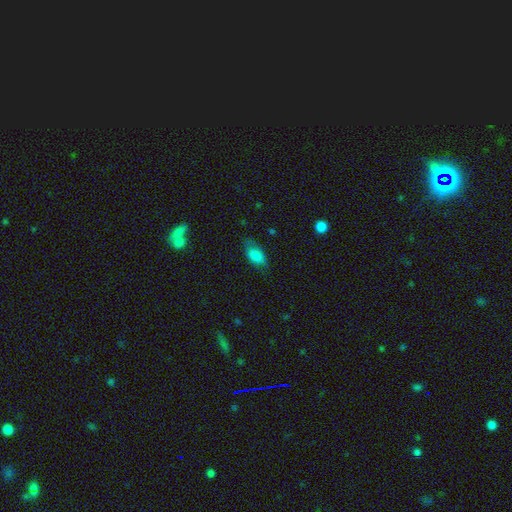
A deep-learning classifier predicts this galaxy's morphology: Q: Smooth or featured?
A: smooth (83%); runner-up: featured or disk (9%)
Q: How rounded?
A: in between (90%); runner-up: cigar-shaped (6%)
Q: Merging?
A: none (68%); runner-up: minor disturbance (24%)